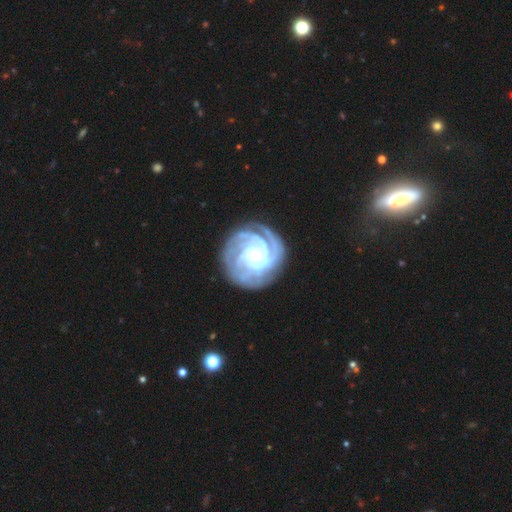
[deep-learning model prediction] Morphology: type=featured or disk (90%); edge-on=no (98%); bar=no (72%); spiral arms=yes (98%); winding=tight (76%); arm count=3 (30%); bulge=small (76%); merging=none (78%).